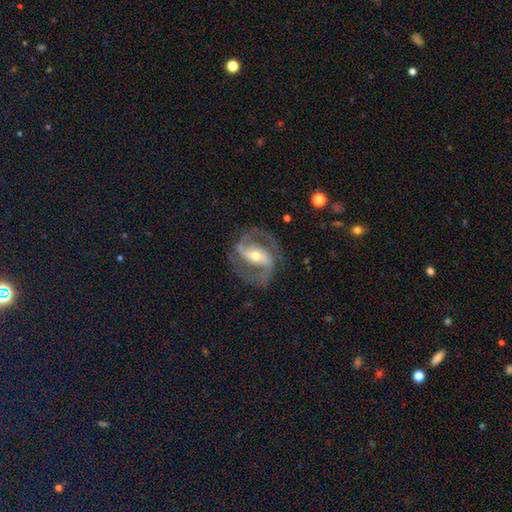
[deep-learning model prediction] Smooth or featured: featured or disk — 90% (smooth — 5%)
Edge-on disk: no — 97% (yes — 3%)
Bar: strong — 43% (weak — 36%)
Spiral arms: yes — 97% (no — 3%)
Spiral winding: medium — 60% (tight — 21%)
Spiral arm count: 2 — 92% (can't tell — 2%)
Bulge size: moderate — 60% (small — 33%)
Merging: none — 79% (minor disturbance — 13%)